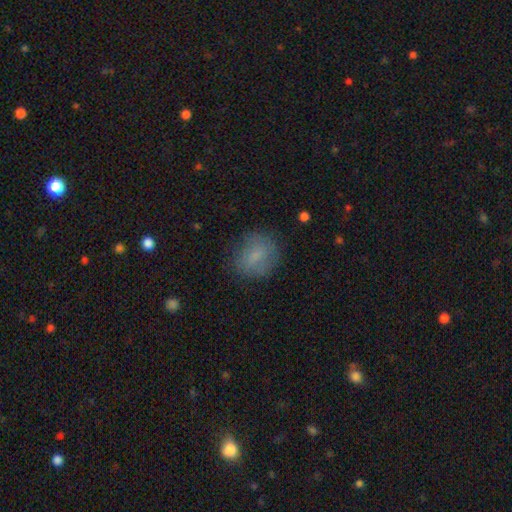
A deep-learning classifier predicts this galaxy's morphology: smooth 75%, featured or disk 15%, star or artifact 9%. Down the decision tree: how rounded — round (58%); merging — none (76%).